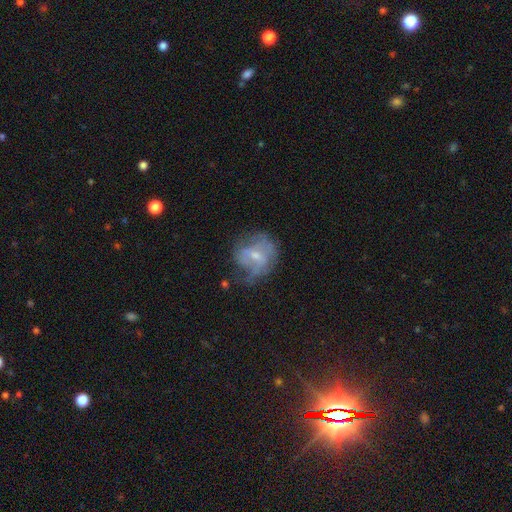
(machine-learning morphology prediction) A featured or disk galaxy (56%) with no bar (47%), no spiral arms (55%) and a small central bulge (52%). Merging: none (39%).